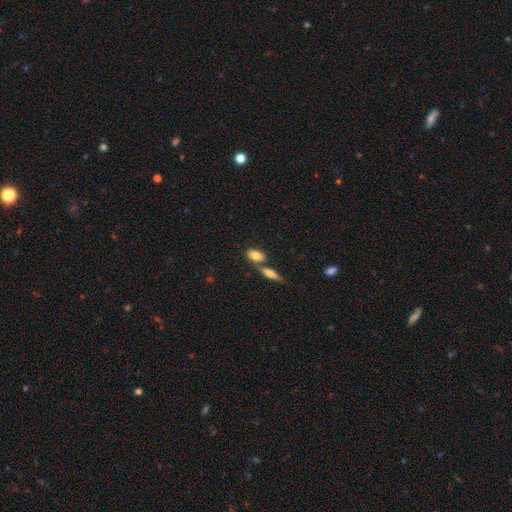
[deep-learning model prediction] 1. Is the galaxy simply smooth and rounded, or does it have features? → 77% smooth, 16% featured or disk, 7% star or artifact.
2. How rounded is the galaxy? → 84% in between, 9% round, 6% cigar-shaped.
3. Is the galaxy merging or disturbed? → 54% none, 32% merger, 11% minor disturbance, 3% major disturbance.